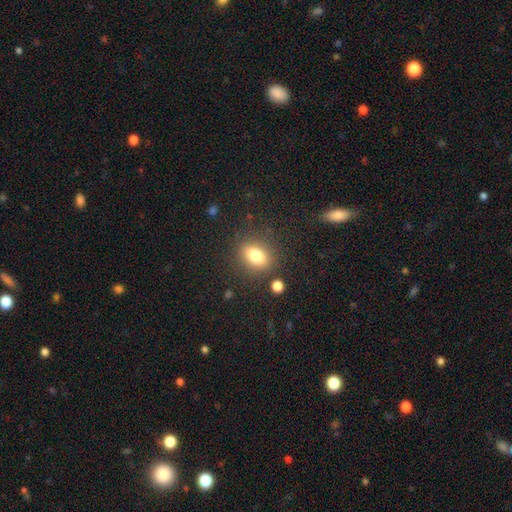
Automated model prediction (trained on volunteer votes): A smooth galaxy with no disk features (80%) that is in between round and cigar-shaped (66%).

Vote fractions:
- Smooth or featured? smooth: 80% / star or artifact: 11% / featured or disk: 9%
- How rounded? in between: 66% / round: 31% / cigar-shaped: 3%
- Merging? none: 82% / minor disturbance: 10% / major disturbance: 4% / merger: 4%